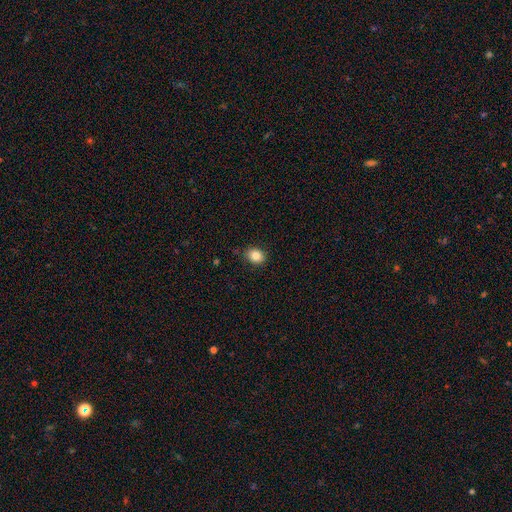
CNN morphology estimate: A smooth galaxy with no disk features (84%) that is in between round and cigar-shaped (53%). Merging: none (85%).